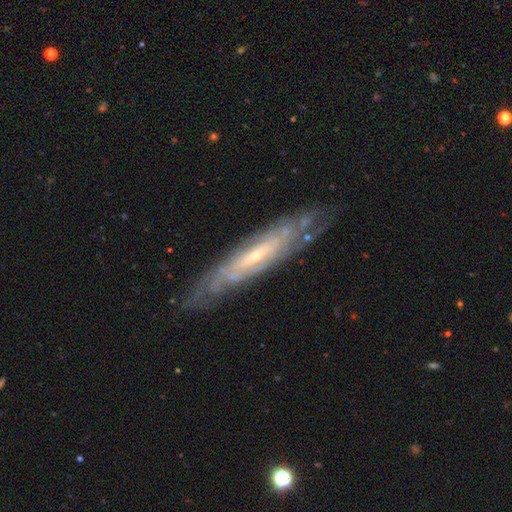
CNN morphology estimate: type=featured or disk (81%); edge-on=no (63%); bar=no (50%); spiral arms=yes (87%); bulge=small (72%); merging=none (76%).